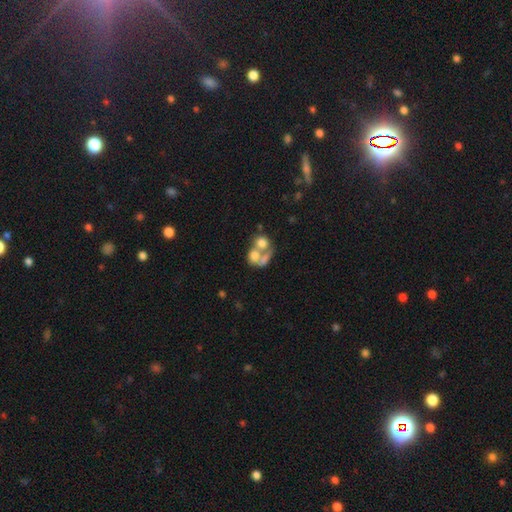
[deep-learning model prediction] A smooth galaxy with no disk features (62%) that is round (55%).

Vote fractions:
- Smooth or featured? smooth: 62% / featured or disk: 27% / star or artifact: 12%
- How rounded? round: 55% / in between: 44% / cigar-shaped: 1%
- Merging? merger: 65% / none: 20% / major disturbance: 9% / minor disturbance: 6%